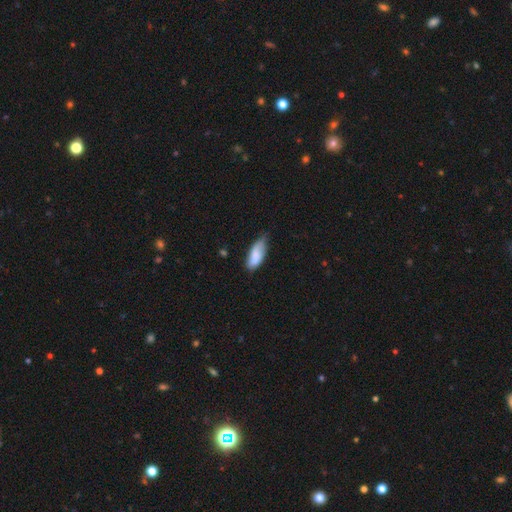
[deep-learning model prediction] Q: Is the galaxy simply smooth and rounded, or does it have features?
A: smooth — 80%.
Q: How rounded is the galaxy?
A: in between — 81%.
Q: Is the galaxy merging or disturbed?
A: none — 49%.